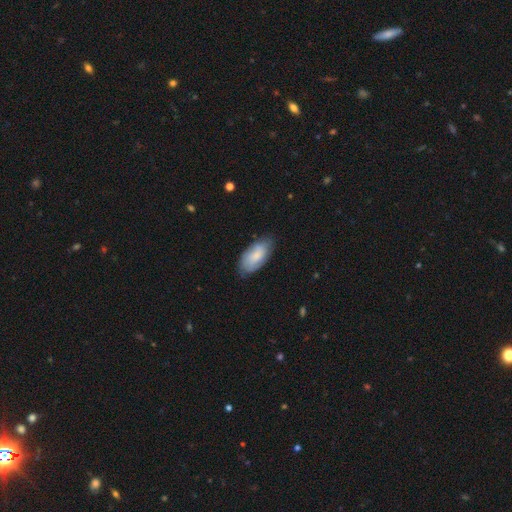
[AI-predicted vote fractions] A smooth galaxy with no disk features (72%) that is in between round and cigar-shaped (94%). Merging: none (73%).